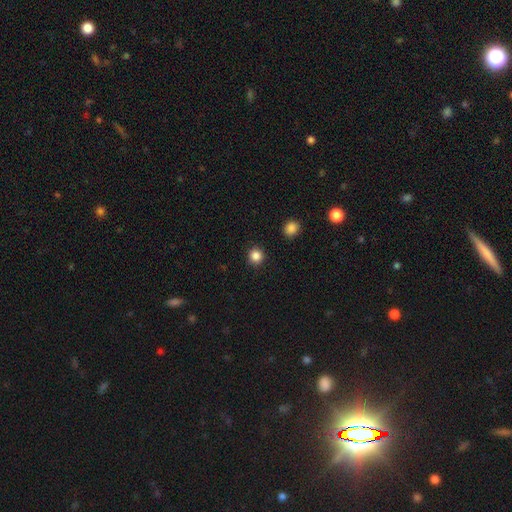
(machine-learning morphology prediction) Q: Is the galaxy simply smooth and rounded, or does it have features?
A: smooth — 85%.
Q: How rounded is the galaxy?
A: round — 93%.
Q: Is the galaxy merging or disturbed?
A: none — 92%.